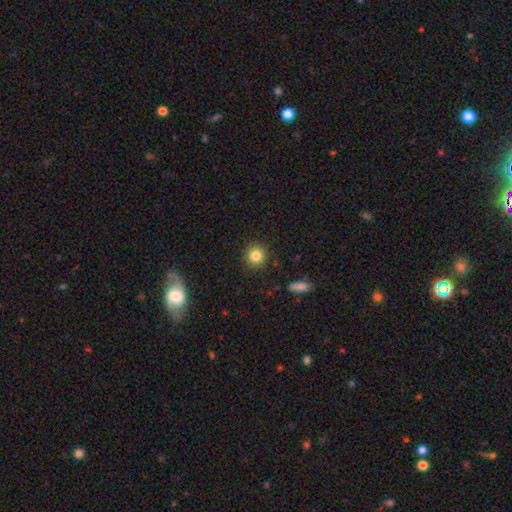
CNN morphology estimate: This appears to be a smooth galaxy with no disk features (84%) that is round (92%). Merging: none (90%).